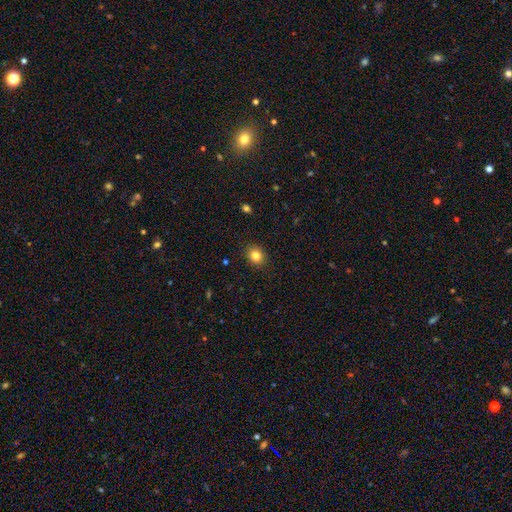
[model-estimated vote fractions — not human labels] Overall: smooth (82%). How rounded: round (67%; in between 32%). Merging: none (90%).